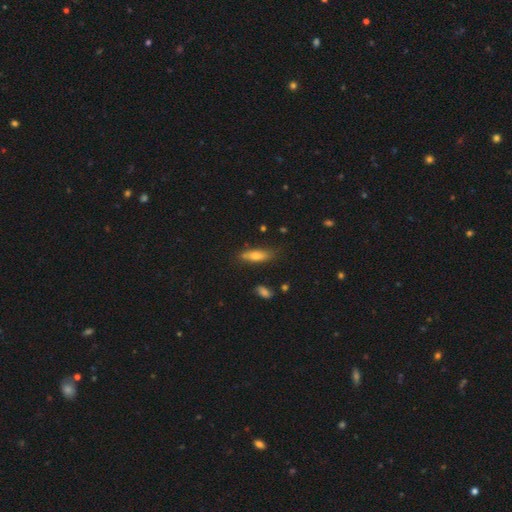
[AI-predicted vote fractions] A smooth galaxy with no disk features (57%) that is cigar-shaped (61%).

Vote fractions:
- Smooth or featured? smooth: 57% / featured or disk: 31% / star or artifact: 12%
- How rounded? cigar-shaped: 61% / in between: 36% / round: 3%
- Merging? none: 78% / minor disturbance: 16% / major disturbance: 4% / merger: 2%